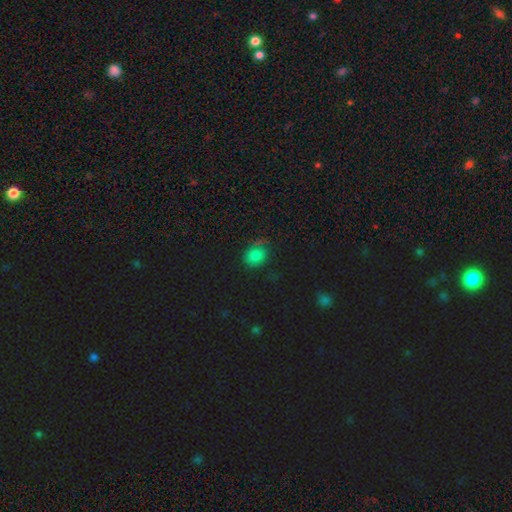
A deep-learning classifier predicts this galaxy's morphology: A smooth galaxy with no disk features (71%) that is round (50%).

Vote fractions:
- Smooth or featured? smooth: 71% / star or artifact: 22% / featured or disk: 7%
- How rounded? round: 50% / in between: 48% / cigar-shaped: 2%
- Merging? none: 67% / minor disturbance: 21% / major disturbance: 8% / merger: 5%